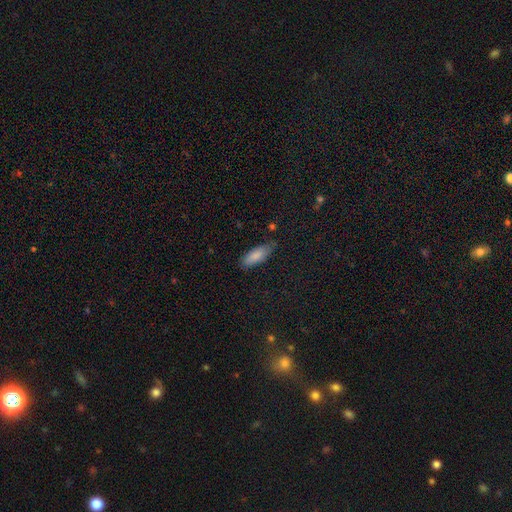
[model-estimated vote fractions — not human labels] Q: Smooth or featured?
A: smooth (85%); runner-up: featured or disk (8%)
Q: How rounded?
A: in between (68%); runner-up: cigar-shaped (31%)
Q: Merging?
A: none (73%); runner-up: minor disturbance (21%)